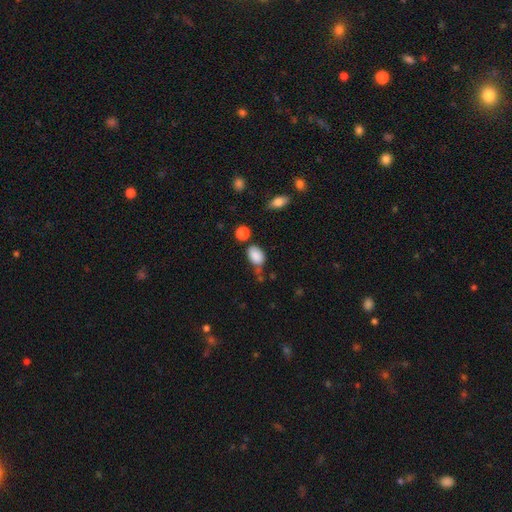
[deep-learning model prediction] Smooth or featured? smooth (85%)
How rounded? in between (83%)
Merging? none (45%)